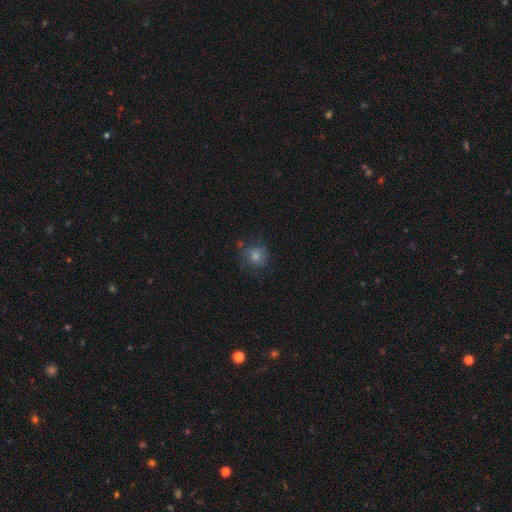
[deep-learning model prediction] A smooth galaxy with no disk features (52%) that is round (84%). Merging: none (69%).